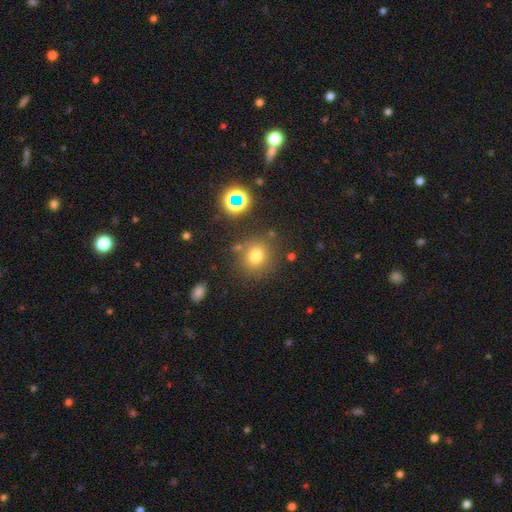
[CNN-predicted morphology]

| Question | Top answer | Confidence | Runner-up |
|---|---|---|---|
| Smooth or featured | smooth | 73% | star or artifact (18%) |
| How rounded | round | 86% | in between (13%) |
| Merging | none | 80% | minor disturbance (10%) |